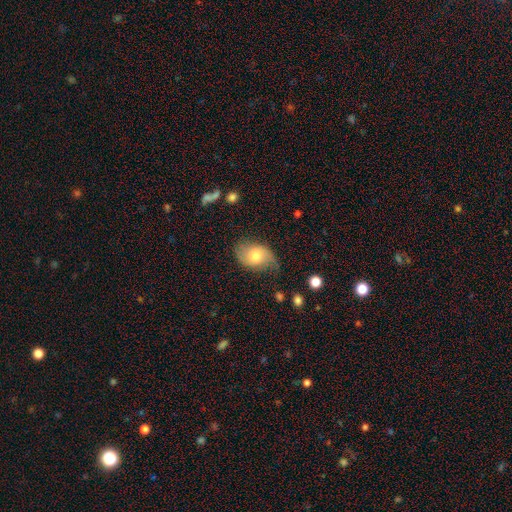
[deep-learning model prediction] This is possibly a smooth galaxy (51%). How rounded: clearly in between (81%). Merging: possibly none (54%).